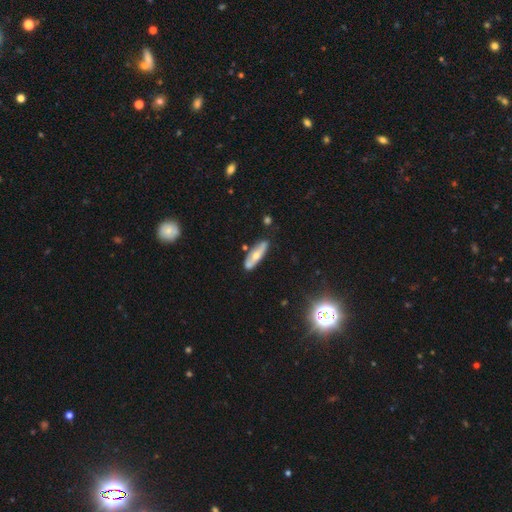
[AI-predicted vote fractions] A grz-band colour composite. It shows a smooth galaxy with no disk features (50%) that is cigar-shaped (58%). Merging: none (77%).